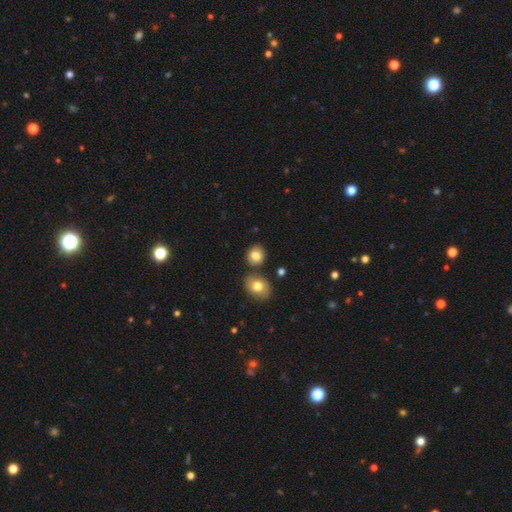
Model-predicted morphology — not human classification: A smooth galaxy with no disk features (82%) that is round (71%).

Vote fractions:
- Smooth or featured? smooth: 82% / star or artifact: 10% / featured or disk: 8%
- How rounded? round: 71% / in between: 28% / cigar-shaped: 1%
- Merging? none: 75% / merger: 12% / minor disturbance: 10% / major disturbance: 3%